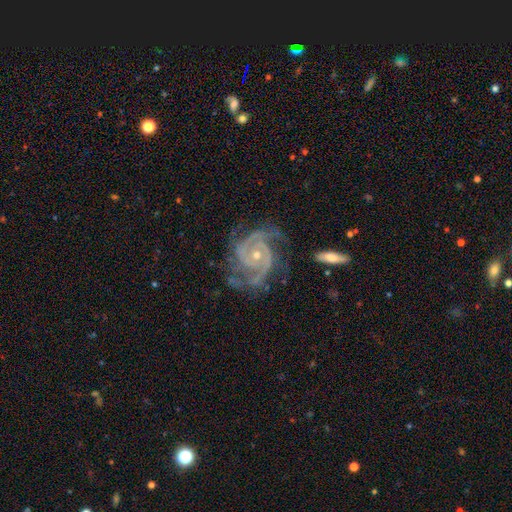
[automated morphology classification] smooth_or_featured: featured or disk (p=0.93) [alt: star or artifact p=0.05]
disk_edge_on: no (p=0.98) [alt: yes p=0.02]
bar: no (p=0.66) [alt: weak p=0.24]
has_spiral_arms: yes (p=0.99) [alt: no p=0.01]
spiral_winding: tight (p=0.57) [alt: medium p=0.38]
spiral_arm_count: 2 (p=0.52) [alt: 3 p=0.29]
bulge_size: small (p=0.64) [alt: moderate p=0.34]
merging: none (p=0.68) [alt: minor disturbance p=0.20]